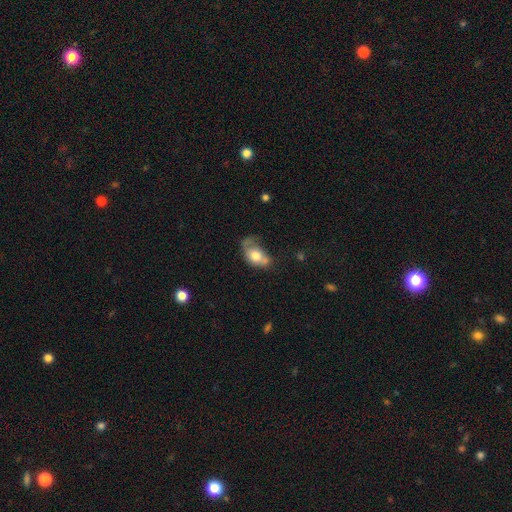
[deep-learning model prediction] smooth 65%, featured or disk 26%, star or artifact 8%. Down the decision tree: how rounded — in between (80%); merging — minor disturbance (30%).